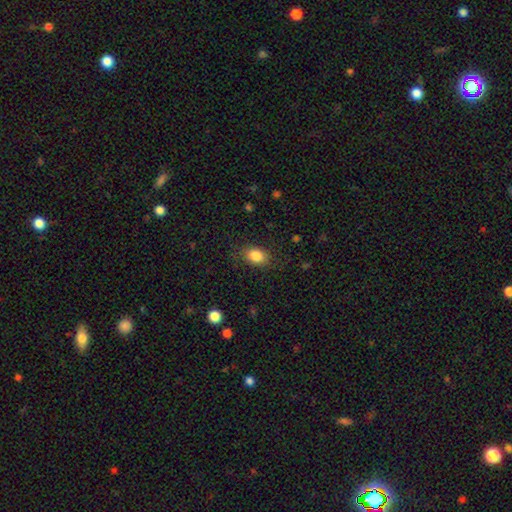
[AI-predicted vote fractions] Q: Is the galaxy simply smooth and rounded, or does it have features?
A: smooth — 85%.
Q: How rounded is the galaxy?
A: in between — 78%.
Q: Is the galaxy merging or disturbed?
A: none — 81%.